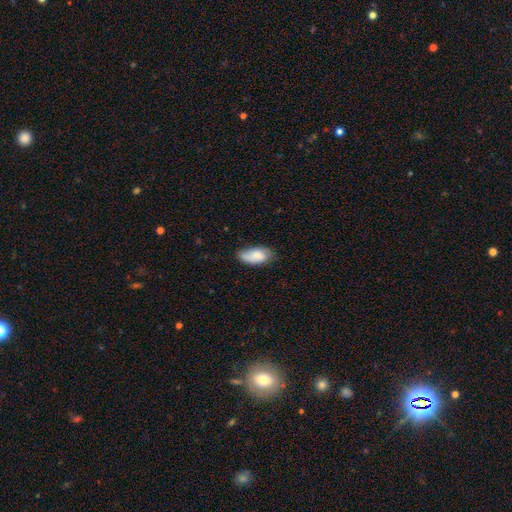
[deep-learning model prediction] Smooth or featured: smooth — 83% (featured or disk — 10%)
How rounded: in between — 91% (cigar-shaped — 6%)
Merging: none — 68% (minor disturbance — 26%)